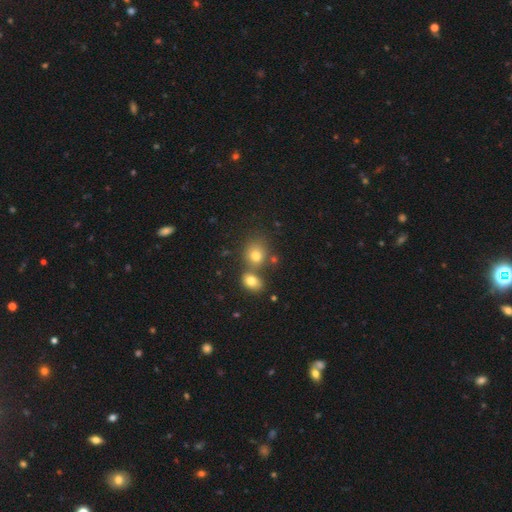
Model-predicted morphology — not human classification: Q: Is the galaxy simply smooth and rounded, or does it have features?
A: smooth — 76%.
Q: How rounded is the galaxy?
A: round — 66%.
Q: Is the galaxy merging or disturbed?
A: none — 50%.